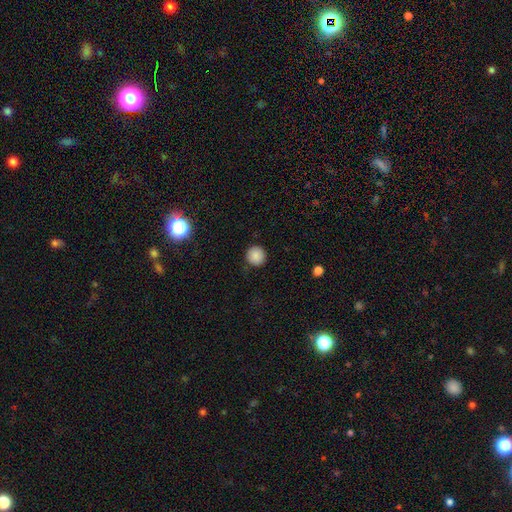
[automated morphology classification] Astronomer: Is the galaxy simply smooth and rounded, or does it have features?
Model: smooth — 87%.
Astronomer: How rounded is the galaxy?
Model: round — 95%.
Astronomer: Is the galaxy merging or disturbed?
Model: none — 90%.